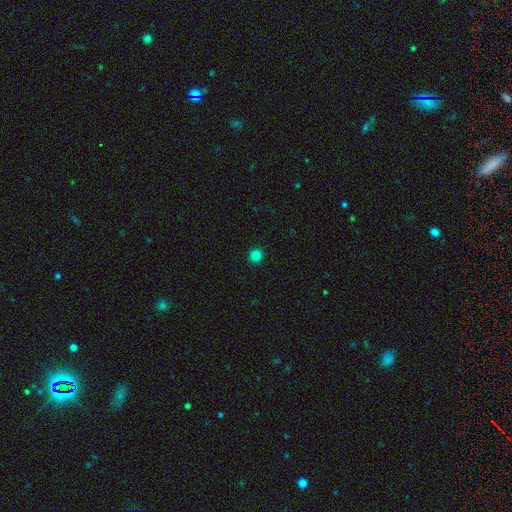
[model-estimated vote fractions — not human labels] Overall: smooth (83%). How rounded: round (94%). Merging: none (93%).